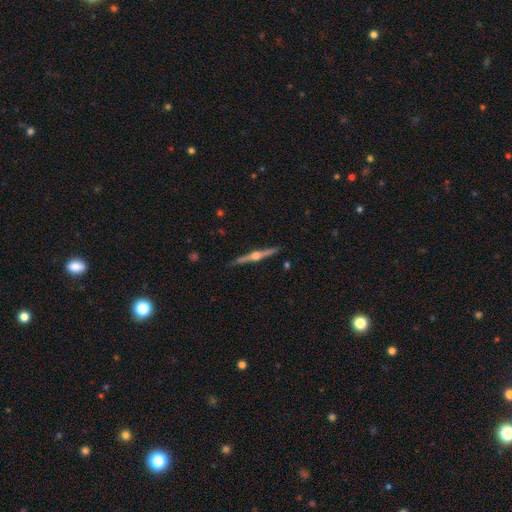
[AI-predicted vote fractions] Smooth or featured: featured or disk — 83% (smooth — 12%)
Edge-on disk: yes — 99% (no — 1%)
Edge-on bulge: rounded — 95% (boxy — 3%)
Merging: none — 91% (minor disturbance — 7%)